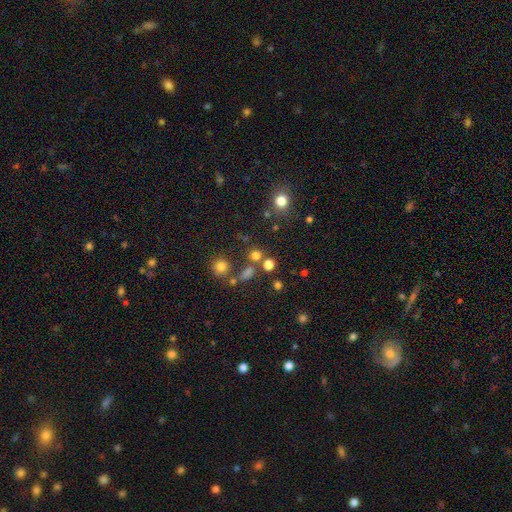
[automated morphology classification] Smooth or featured?
  - smooth: 70% *
  - star or artifact: 22%
  - featured or disk: 8%
How rounded?
  - round: 87% *
  - in between: 12%
  - cigar-shaped: 1%
Merging?
  - none: 69% *
  - merger: 17%
  - minor disturbance: 9%
  - major disturbance: 5%